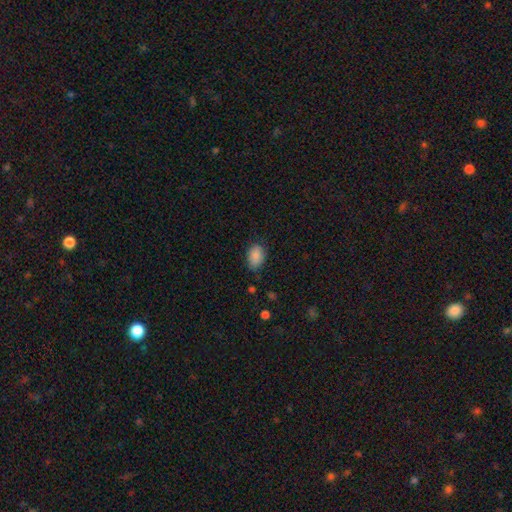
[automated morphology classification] Smooth or featured? Predicted: smooth (p=0.87). How rounded? Predicted: in between (p=0.82). Merging? Predicted: none (p=0.75).